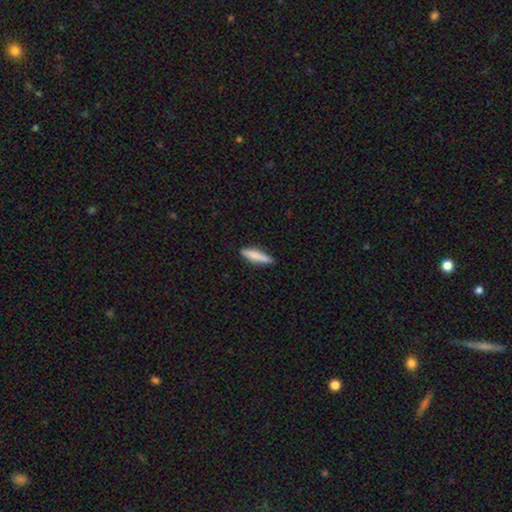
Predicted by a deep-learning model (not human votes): Q: Smooth or featured?
A: smooth (79%); runner-up: featured or disk (16%)
Q: How rounded?
A: cigar-shaped (78%); runner-up: in between (20%)
Q: Merging?
A: none (85%); runner-up: minor disturbance (12%)